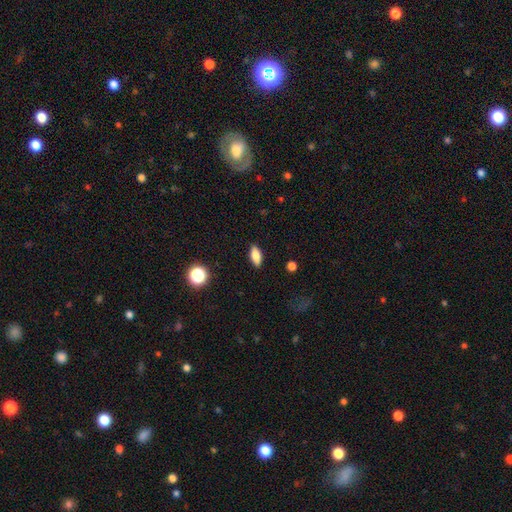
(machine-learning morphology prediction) Q: Smooth or featured?
A: smooth (79%); runner-up: featured or disk (12%)
Q: How rounded?
A: in between (76%); runner-up: cigar-shaped (20%)
Q: Merging?
A: none (88%); runner-up: minor disturbance (8%)